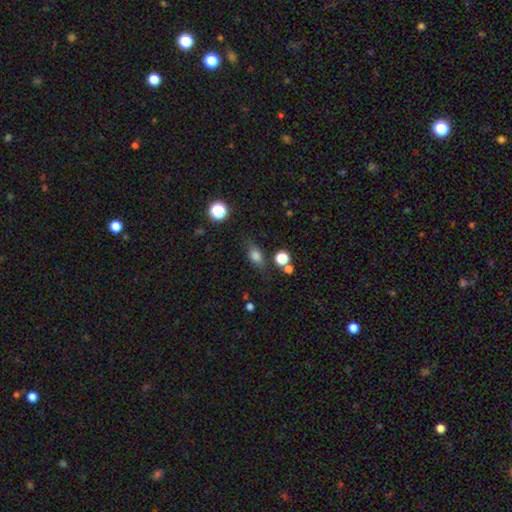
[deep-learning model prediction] Overall: smooth (76%). How rounded: in between (70%). Merging: none (72%).